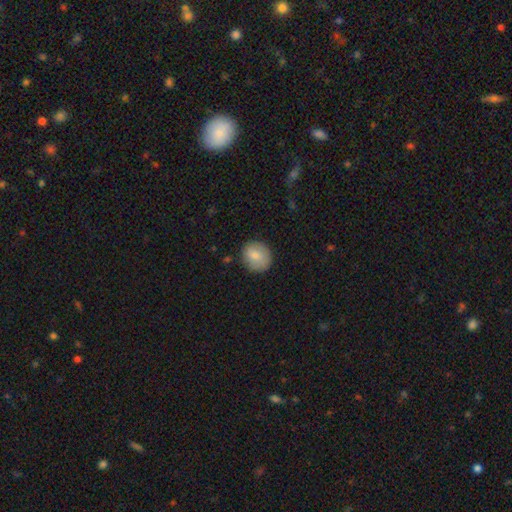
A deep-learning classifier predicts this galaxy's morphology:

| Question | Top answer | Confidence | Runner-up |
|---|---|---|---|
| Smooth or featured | smooth | 77% | featured or disk (16%) |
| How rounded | round | 83% | in between (16%) |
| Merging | none | 83% | minor disturbance (13%) |